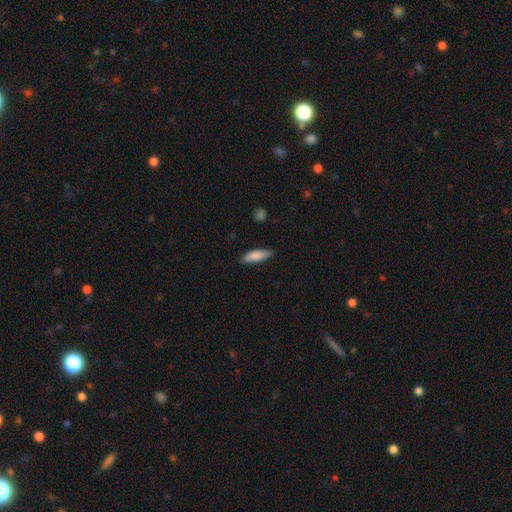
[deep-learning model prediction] The model was most divided on "how rounded": in between: 50%, cigar-shaped: 49%, round: 2%. More confident: smooth or featured — smooth (85%); merging — none (83%).